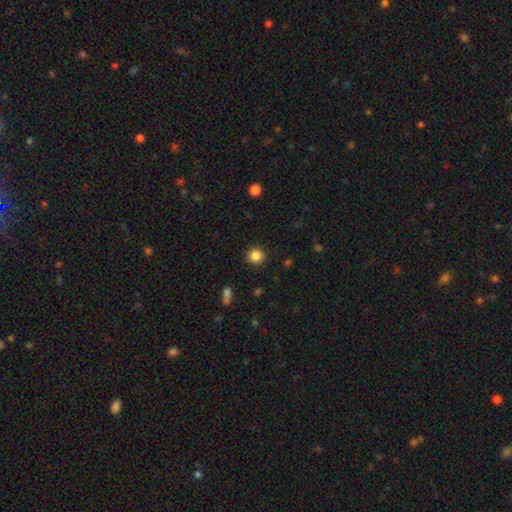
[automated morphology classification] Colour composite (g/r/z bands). It shows a smooth galaxy with no disk features (85%) that is round (94%). Merging: none (91%).